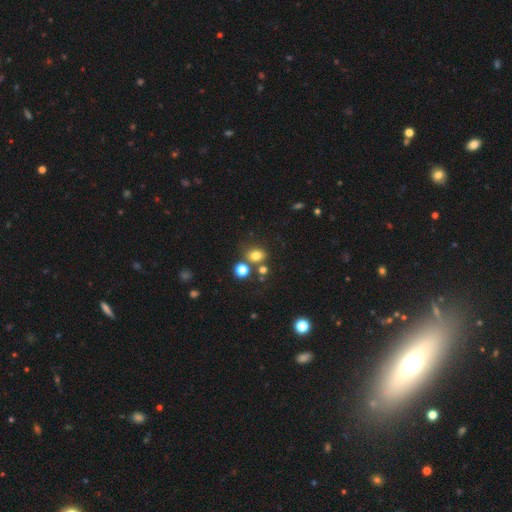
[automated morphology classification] Overall: smooth (76%). How rounded: round (57%; in between 42%). Merging: none (66%).